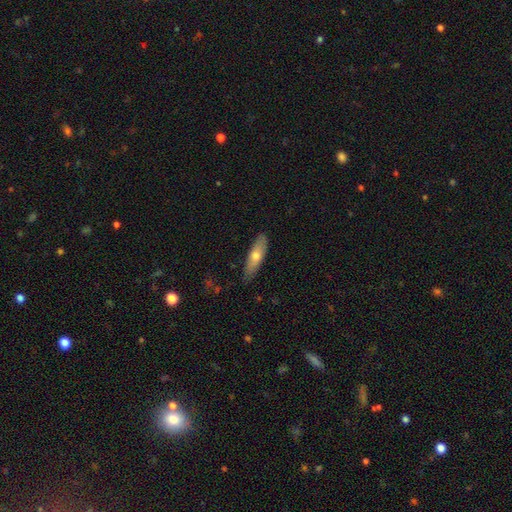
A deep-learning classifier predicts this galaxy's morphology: This appears to be a smooth galaxy with no disk features (63%) that is cigar-shaped (60%). Merging: none (81%).